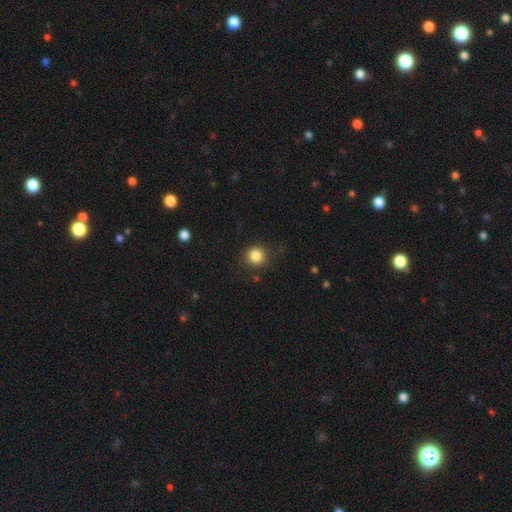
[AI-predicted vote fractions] Smooth or featured? Predicted: smooth (p=0.84). How rounded? Predicted: round (p=0.91). Merging? Predicted: none (p=0.85).